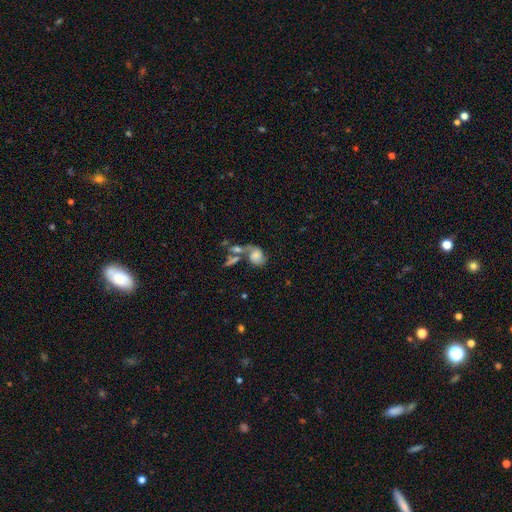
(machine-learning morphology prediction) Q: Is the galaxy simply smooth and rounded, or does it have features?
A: smooth — 48%.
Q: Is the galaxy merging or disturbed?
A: merger — 48%.